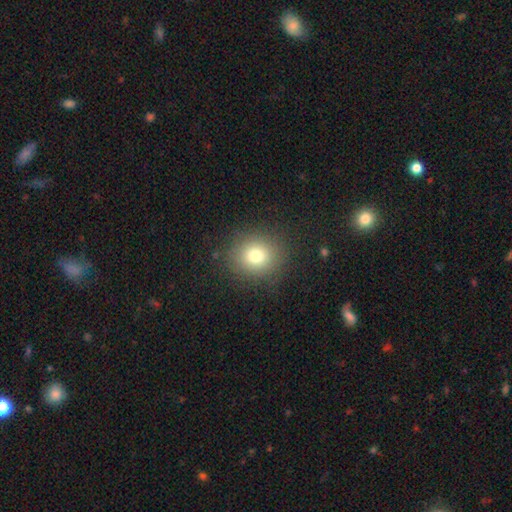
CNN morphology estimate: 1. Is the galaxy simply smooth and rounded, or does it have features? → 76% smooth, 14% star or artifact, 10% featured or disk.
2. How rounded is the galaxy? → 81% round, 18% in between, 1% cigar-shaped.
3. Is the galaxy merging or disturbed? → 87% none, 8% minor disturbance, 4% major disturbance, 1% merger.